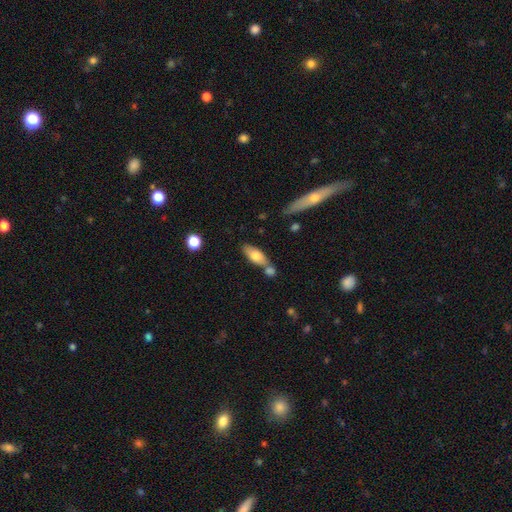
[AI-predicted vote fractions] A smooth galaxy with no disk features (71%) that is in between round and cigar-shaped (74%). Merging: none (53%).